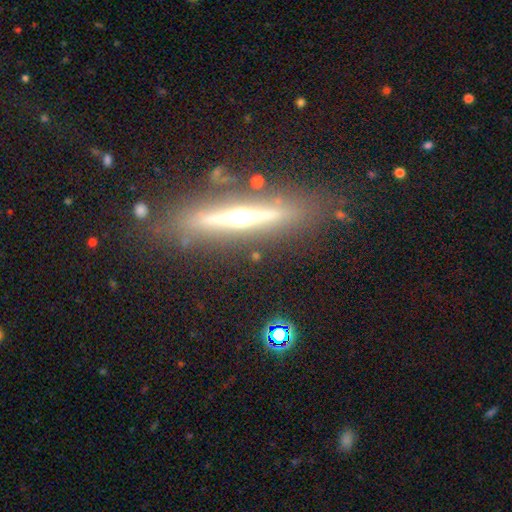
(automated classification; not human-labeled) Overall: featured or disk (73%). Edge-on disk: yes (94%). Edge-on bulge: rounded (92%). Merging: none (83%).